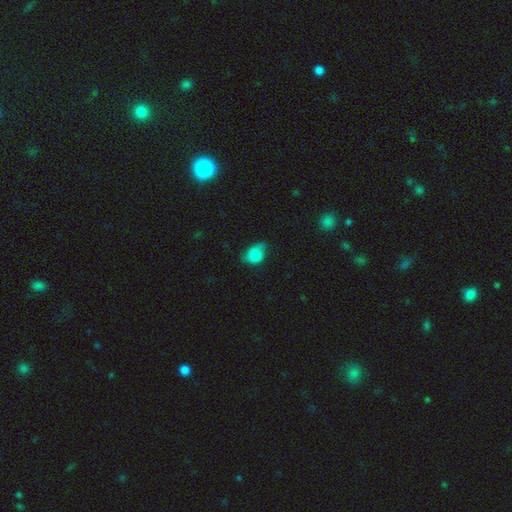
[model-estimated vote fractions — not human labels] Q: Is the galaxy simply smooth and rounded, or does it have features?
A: smooth — 77%.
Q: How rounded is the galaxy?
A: in between — 71%.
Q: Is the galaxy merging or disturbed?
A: none — 44%.